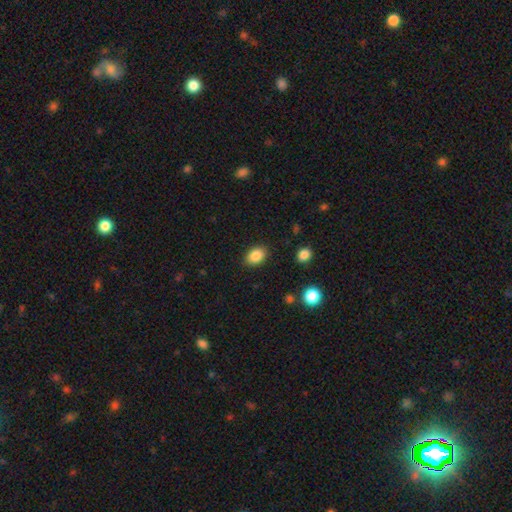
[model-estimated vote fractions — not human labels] Smooth or featured?
  - smooth: 86% *
  - star or artifact: 9%
  - featured or disk: 5%
How rounded?
  - in between: 76% *
  - round: 23%
  - cigar-shaped: 1%
Merging?
  - none: 87% *
  - minor disturbance: 9%
  - major disturbance: 3%
  - merger: 1%